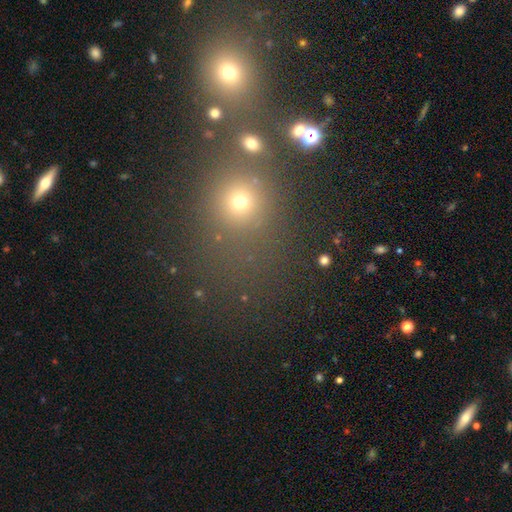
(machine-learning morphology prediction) Q: Smooth or featured?
A: smooth (46%); runner-up: star or artifact (45%)
Q: Merging?
A: none (66%); runner-up: merger (18%)